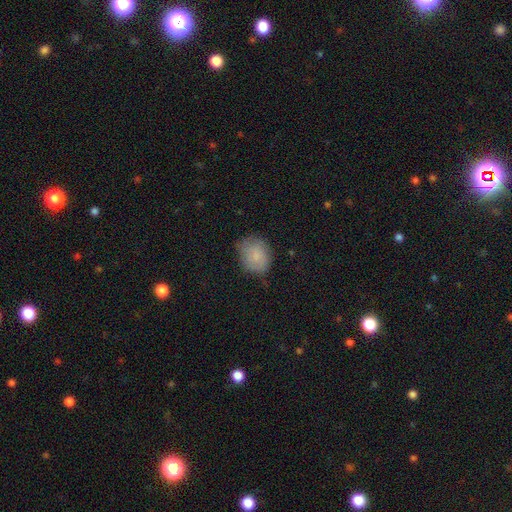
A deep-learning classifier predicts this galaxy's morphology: A smooth galaxy with no disk features (79%) that is round (57%).

Vote fractions:
- Smooth or featured? smooth: 79% / featured or disk: 13% / star or artifact: 8%
- How rounded? round: 57% / in between: 42% / cigar-shaped: 1%
- Merging? none: 66% / minor disturbance: 27% / major disturbance: 6% / merger: 1%